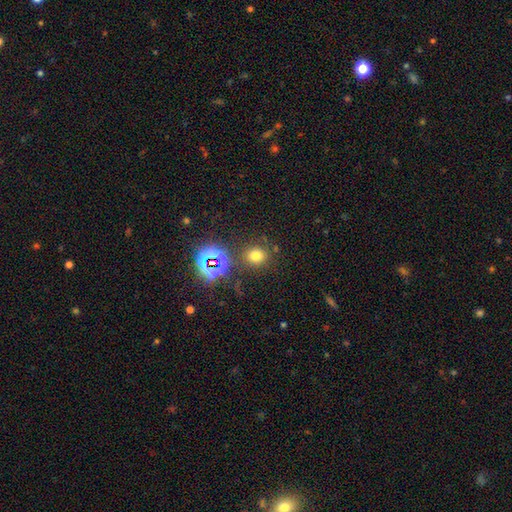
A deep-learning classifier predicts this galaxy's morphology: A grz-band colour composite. It shows a smooth galaxy with no disk features (66%) that is round (80%). Merging: none (80%).